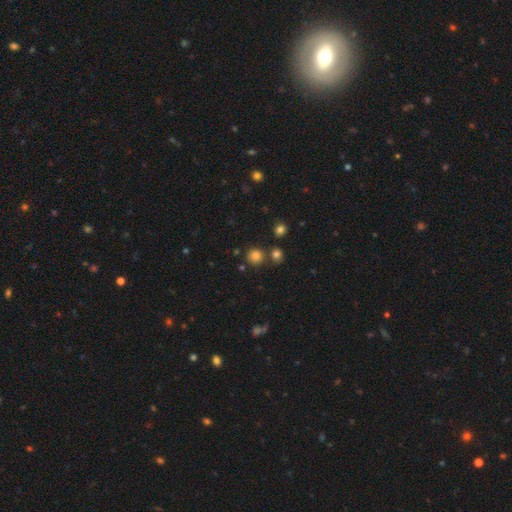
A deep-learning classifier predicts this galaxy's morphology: A smooth galaxy with no disk features (79%) that is round (91%).

Vote fractions:
- Smooth or featured? smooth: 79% / star or artifact: 15% / featured or disk: 6%
- How rounded? round: 91% / in between: 8% / cigar-shaped: 1%
- Merging? none: 78% / merger: 11% / minor disturbance: 8% / major disturbance: 3%